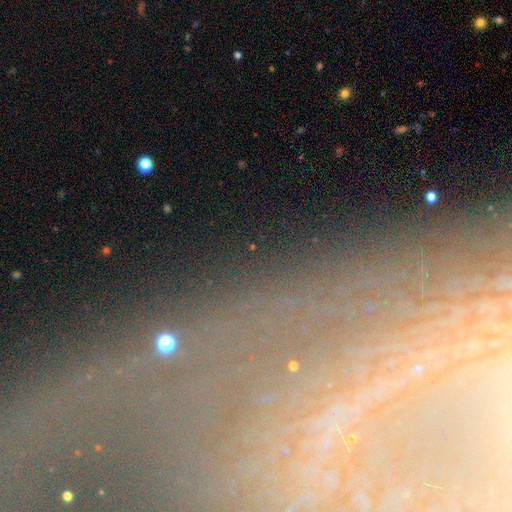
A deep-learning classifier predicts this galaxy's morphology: Smooth or featured? Predicted: star or artifact (p=0.43).